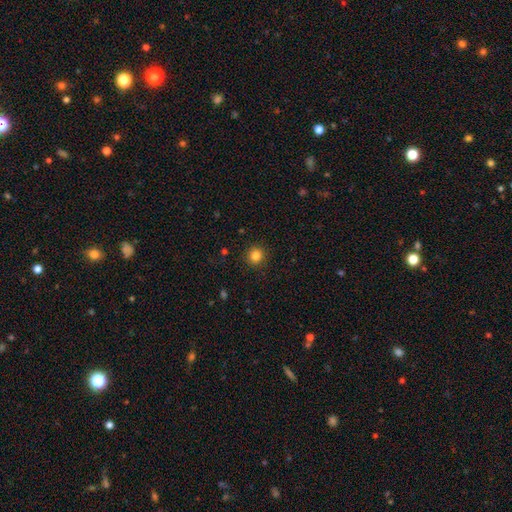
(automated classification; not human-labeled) Overall: smooth (84%). How rounded: round (93%). Merging: none (91%).